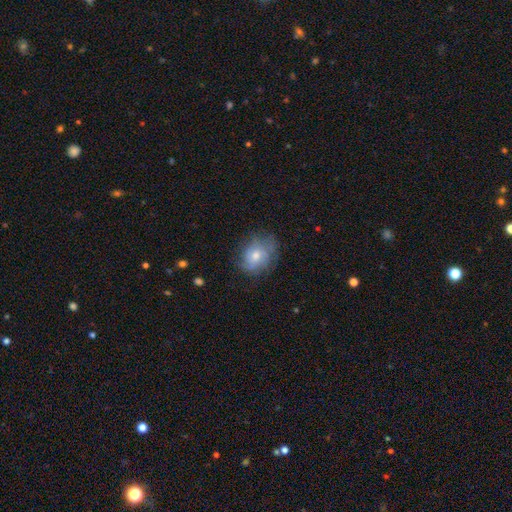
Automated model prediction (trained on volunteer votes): Morphology: type=smooth (53%); roundness=in between (50%); merging=none (66%).